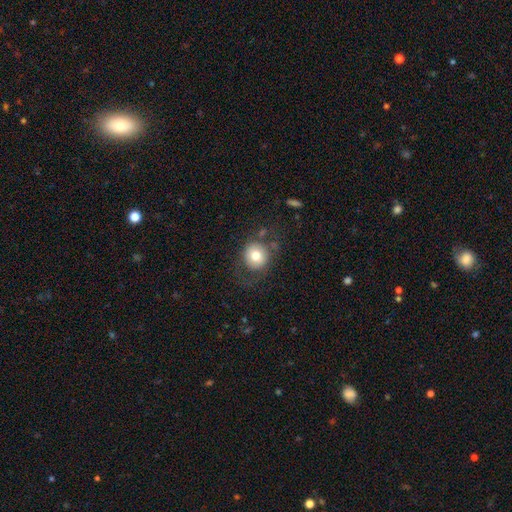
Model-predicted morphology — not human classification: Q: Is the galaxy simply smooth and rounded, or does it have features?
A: smooth — 74%.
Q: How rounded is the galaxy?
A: round — 88%.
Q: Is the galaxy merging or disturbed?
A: none — 68%.